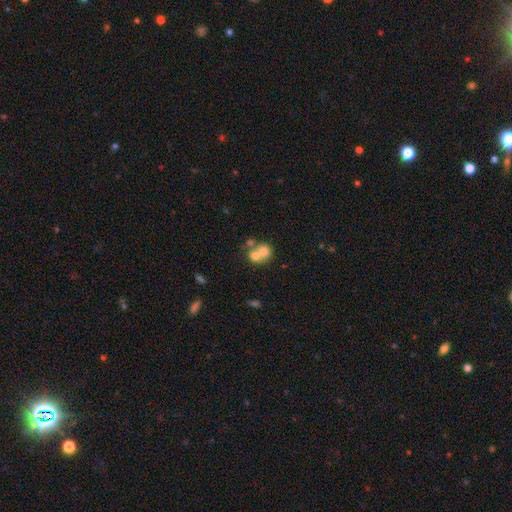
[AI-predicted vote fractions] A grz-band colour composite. It shows a smooth galaxy with no disk features (67%) that is round (71%). Merging: merger (64%).